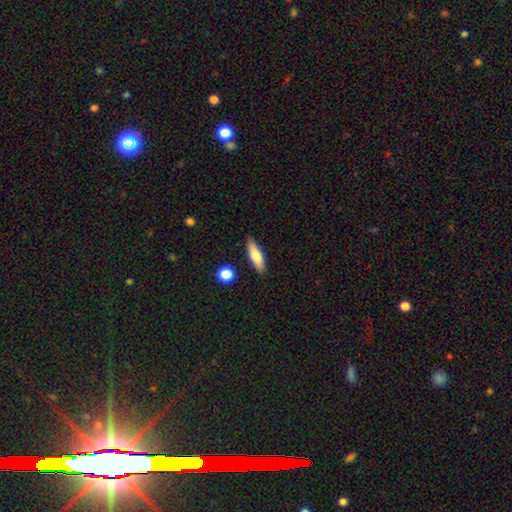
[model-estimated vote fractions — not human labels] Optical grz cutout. It shows a smooth galaxy with no disk features (73%) that is cigar-shaped (53%). Merging: none (86%).